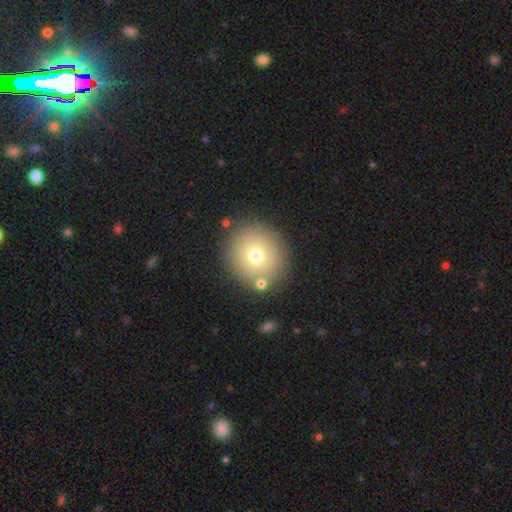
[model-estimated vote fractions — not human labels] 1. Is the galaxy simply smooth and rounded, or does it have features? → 71% smooth, 17% featured or disk, 12% star or artifact.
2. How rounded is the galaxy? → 89% round, 10% in between, 1% cigar-shaped.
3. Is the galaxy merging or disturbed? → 83% none, 9% minor disturbance, 5% merger, 3% major disturbance.